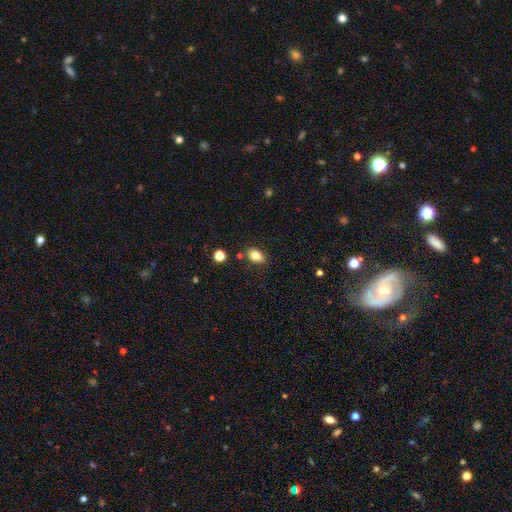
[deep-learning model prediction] This appears to be a smooth galaxy with no disk features (81%) that is in between round and cigar-shaped (77%). Merging: none (82%).